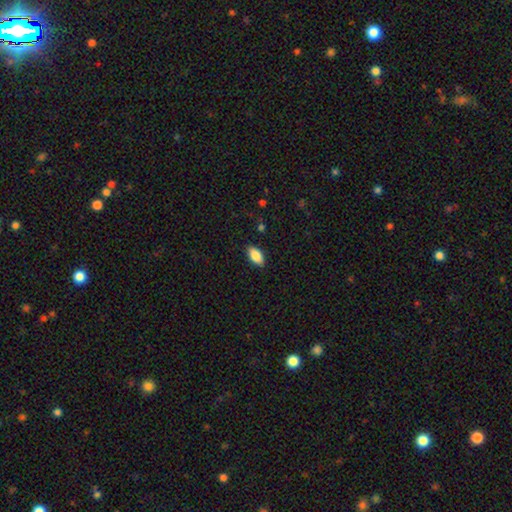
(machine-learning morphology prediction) smooth-or-featured: smooth: 87% | star or artifact: 7% | featured or disk: 6%
  how-rounded: in between: 93% | cigar-shaped: 4% | round: 3%
  merging: none: 89% | minor disturbance: 8% | major disturbance: 2% | merger: 1%